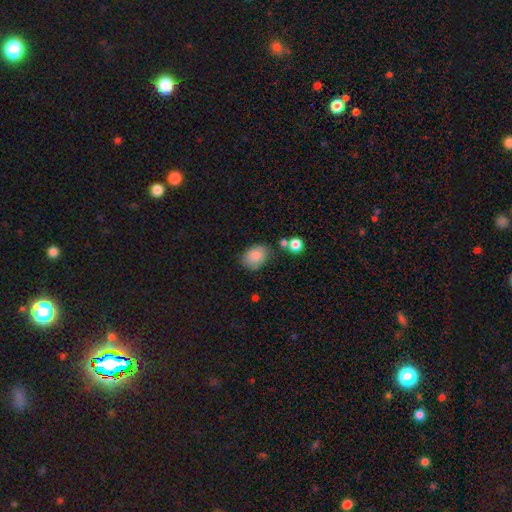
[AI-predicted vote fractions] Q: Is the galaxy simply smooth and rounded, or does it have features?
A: smooth — 85%.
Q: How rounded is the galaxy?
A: in between — 71%.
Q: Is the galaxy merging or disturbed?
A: none — 66%.